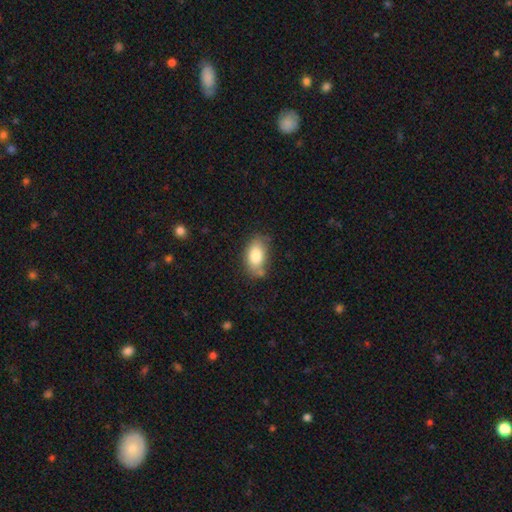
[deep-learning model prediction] A smooth galaxy with no disk features (83%) that is in between round and cigar-shaped (91%).

Vote fractions:
- Smooth or featured? smooth: 83% / featured or disk: 10% / star or artifact: 7%
- How rounded? in between: 91% / round: 6% / cigar-shaped: 3%
- Merging? none: 66% / minor disturbance: 23% / merger: 6% / major disturbance: 5%